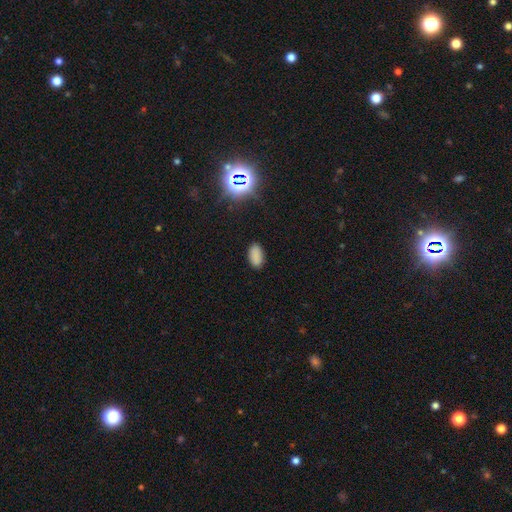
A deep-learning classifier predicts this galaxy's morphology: Smooth or featured? Predicted: smooth (p=0.84). How rounded? Predicted: in between (p=0.94). Merging? Predicted: none (p=0.87).